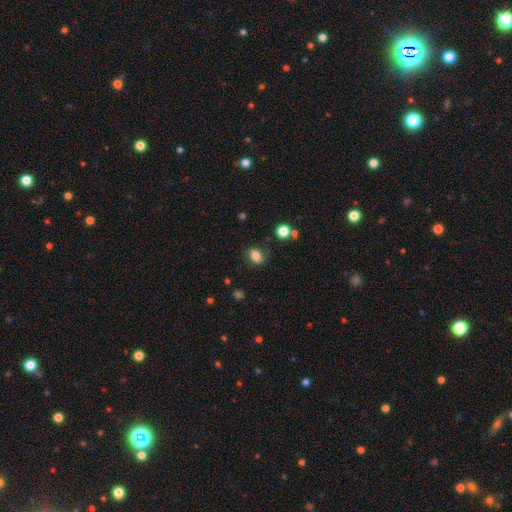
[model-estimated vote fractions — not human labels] Smooth or featured? smooth (78%)
How rounded? in between (68%)
Merging? none (71%)